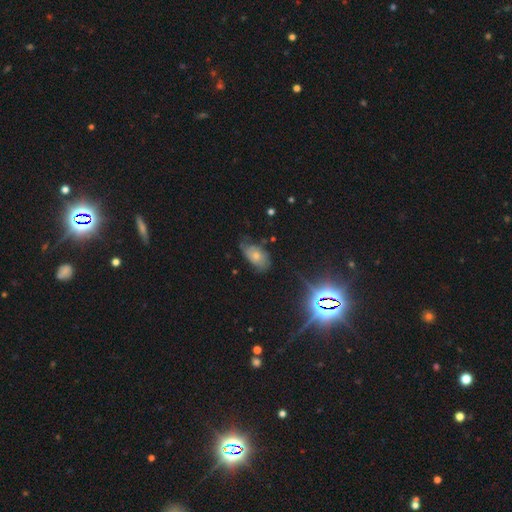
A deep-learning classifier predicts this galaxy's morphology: Smooth or featured? Predicted: smooth (p=0.49). Merging? Predicted: none (p=0.46).